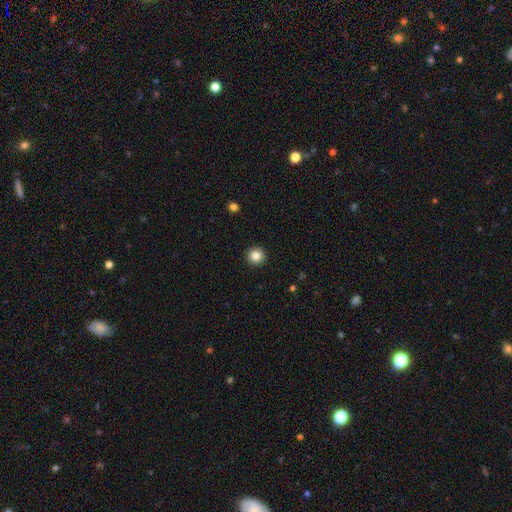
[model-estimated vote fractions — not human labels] The model was most divided on "smooth or featured": smooth: 84%, star or artifact: 10%, featured or disk: 5%. More confident: how rounded — round (95%); merging — none (94%).